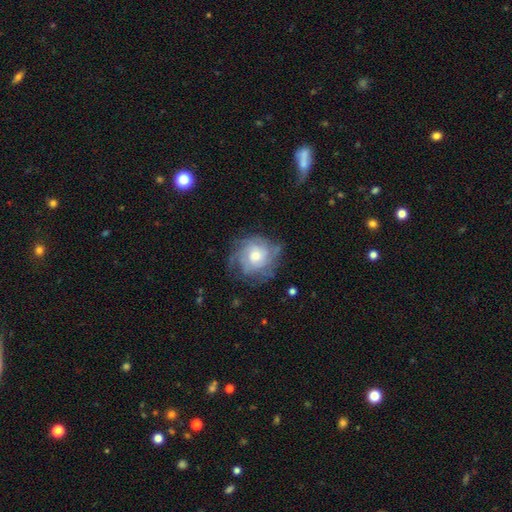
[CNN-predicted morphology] smooth_or_featured: featured or disk (p=0.72) [alt: smooth p=0.19]
disk_edge_on: no (p=0.97) [alt: yes p=0.03]
bar: no (p=0.78) [alt: weak p=0.19]
has_spiral_arms: yes (p=0.89) [alt: no p=0.11]
spiral_winding: tight (p=0.63) [alt: medium p=0.28]
spiral_arm_count: can't tell (p=0.47) [alt: 4 p=0.15]
bulge_size: moderate (p=0.60) [alt: small p=0.28]
merging: none (p=0.70) [alt: minor disturbance p=0.19]